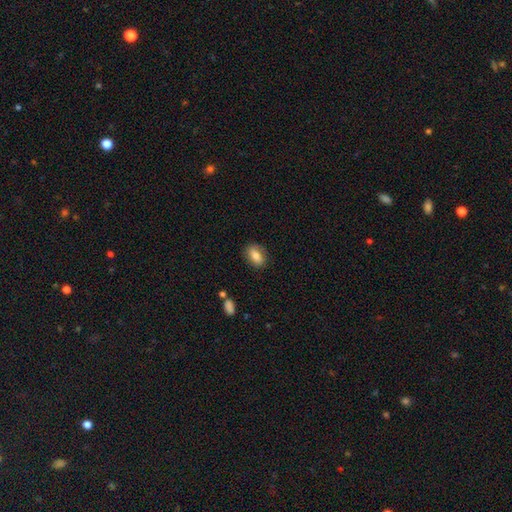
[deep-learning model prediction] Smooth or featured?
  - smooth: 79% *
  - featured or disk: 13%
  - star or artifact: 8%
How rounded?
  - in between: 82% *
  - round: 14%
  - cigar-shaped: 4%
Merging?
  - none: 83% *
  - minor disturbance: 13%
  - major disturbance: 3%
  - merger: 2%